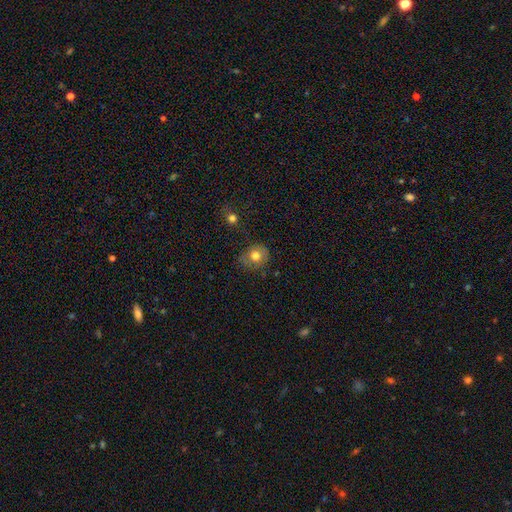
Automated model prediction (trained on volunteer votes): The model was most divided on "merging": none: 68%, minor disturbance: 23%, major disturbance: 6%, merger: 3%. More confident: how rounded — round (77%); smooth or featured — smooth (74%).